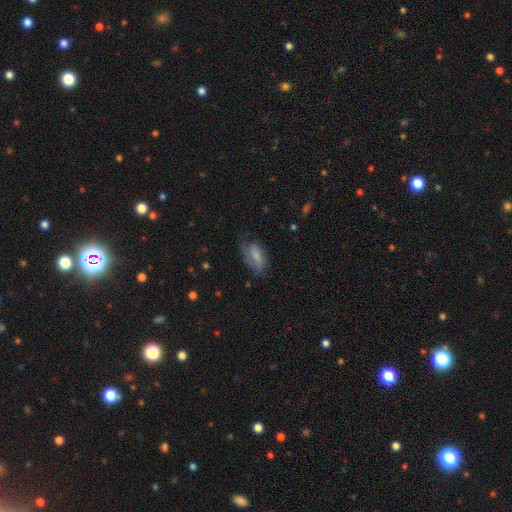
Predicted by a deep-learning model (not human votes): smooth 65%, featured or disk 27%, star or artifact 8%. Down the decision tree: how rounded — in between (88%); merging — none (51%).